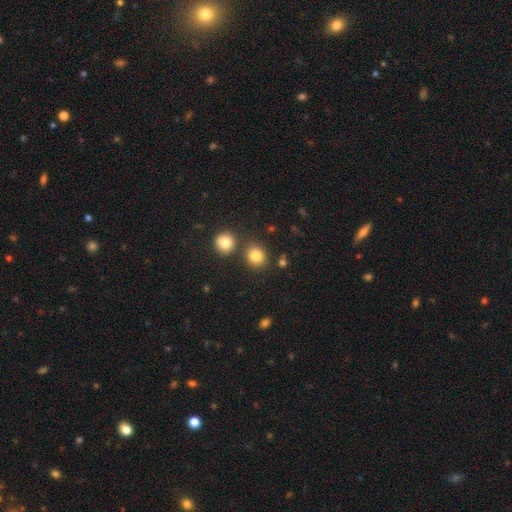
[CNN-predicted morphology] smooth-or-featured: smooth: 83% | star or artifact: 11% | featured or disk: 6%
  how-rounded: round: 81% | in between: 18% | cigar-shaped: 1%
  merging: none: 79% | merger: 10% | minor disturbance: 8% | major disturbance: 3%